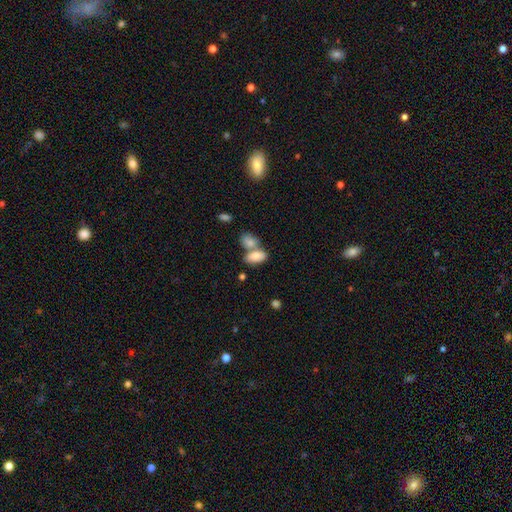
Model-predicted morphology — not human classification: Smooth or featured?
  - smooth: 84% *
  - featured or disk: 9%
  - star or artifact: 7%
How rounded?
  - in between: 92% *
  - round: 5%
  - cigar-shaped: 4%
Merging?
  - merger: 52% *
  - none: 34%
  - minor disturbance: 10%
  - major disturbance: 4%